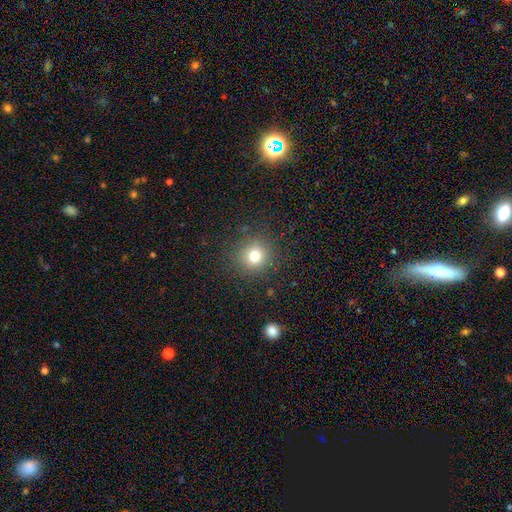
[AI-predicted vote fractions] The model was most divided on "smooth or featured": smooth: 74%, star or artifact: 19%, featured or disk: 7%. More confident: how rounded — round (93%); merging — none (91%).